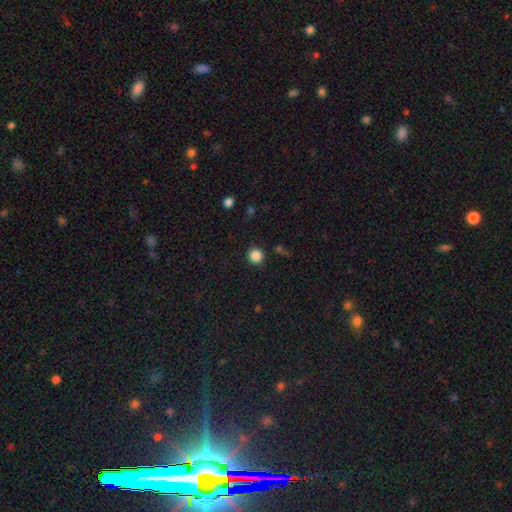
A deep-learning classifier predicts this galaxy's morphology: smooth_or_featured: smooth (p=0.86) [alt: star or artifact p=0.11]
how_rounded: round (p=0.94) [alt: in between p=0.05]
merging: none (p=0.90) [alt: minor disturbance p=0.06]